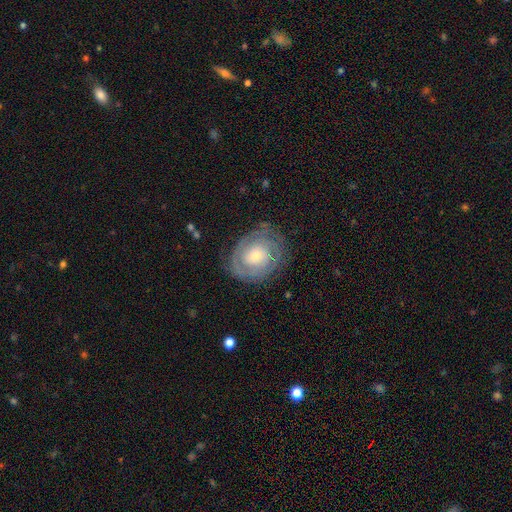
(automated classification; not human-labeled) The model was most divided on "spiral arm count": can't tell: 38%, 2: 34%, 3: 12%, 1: 6%, 4: 5%, more than 4: 4%. More confident: edge-on disk — no (97%); spiral arms — yes (88%); merging — none (78%); smooth or featured — featured or disk (76%); bar — no (75%); spiral winding — tight (75%); bulge size — small (59%).